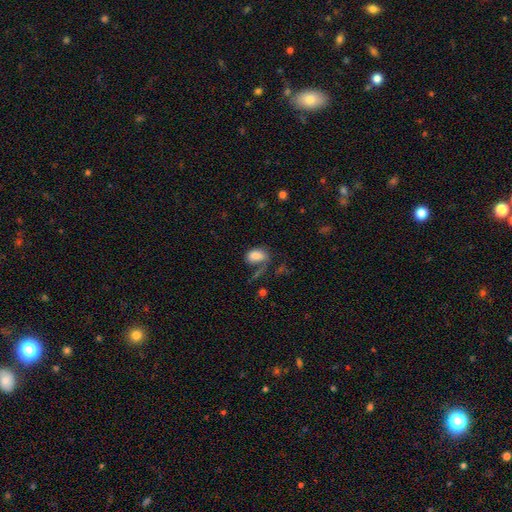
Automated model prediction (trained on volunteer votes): Smooth or featured? smooth (77%)
How rounded? in between (87%)
Merging? none (43%)